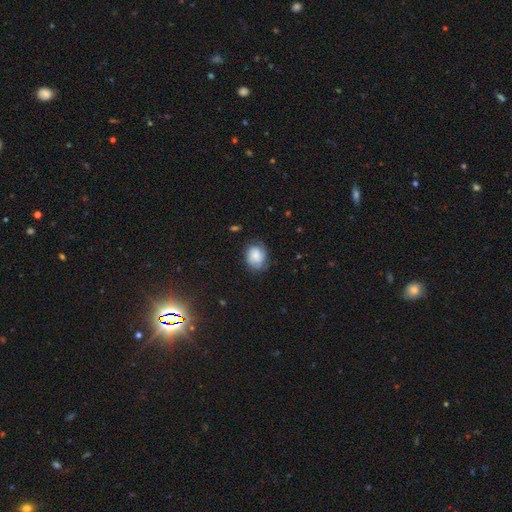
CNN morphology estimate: Smooth or featured? smooth (66%)
How rounded? in between (54%)
Merging? none (65%)